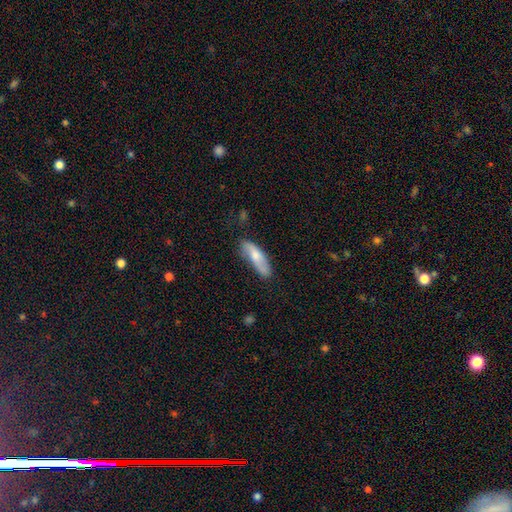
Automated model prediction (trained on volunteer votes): A smooth galaxy with no disk features (68%) that is cigar-shaped (51%).

Vote fractions:
- Smooth or featured? smooth: 68% / featured or disk: 26% / star or artifact: 6%
- How rounded? cigar-shaped: 51% / in between: 47% / round: 2%
- Merging? none: 68% / minor disturbance: 24% / major disturbance: 5% / merger: 3%